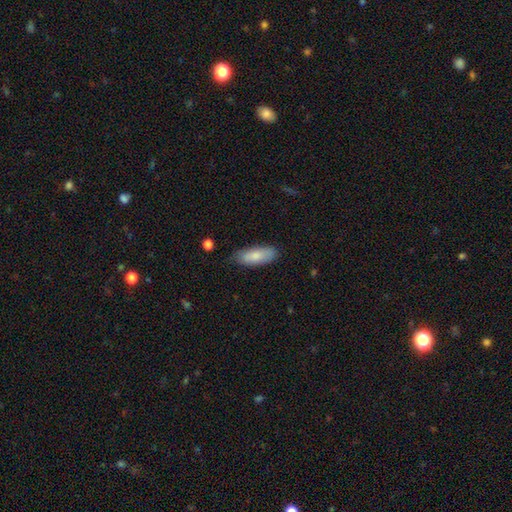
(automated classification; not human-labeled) smooth_or_featured: smooth (p=0.81) [alt: featured or disk p=0.13]
how_rounded: in between (p=0.75) [alt: cigar-shaped p=0.23]
merging: none (p=0.76) [alt: minor disturbance p=0.20]